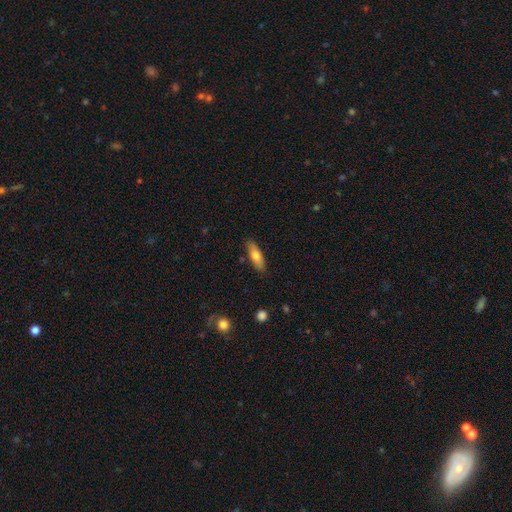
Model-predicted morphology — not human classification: type=smooth (70%); roundness=in between (55%); merging=none (86%).